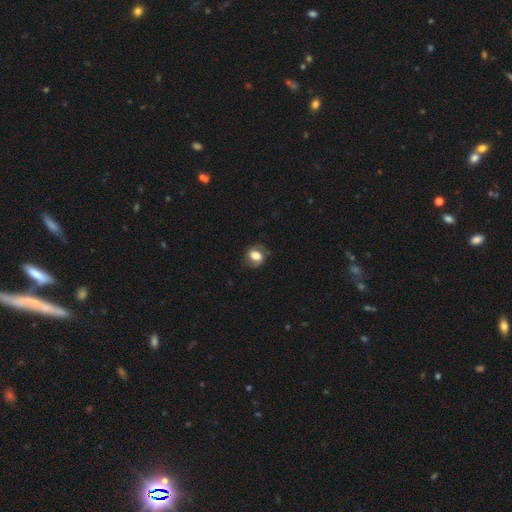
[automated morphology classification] The model was most divided on "how rounded": in between: 54%, round: 45%, cigar-shaped: 1%. More confident: merging — none (70%); smooth or featured — smooth (63%).